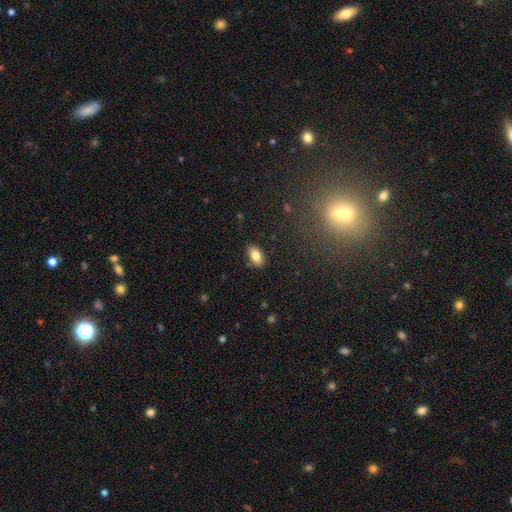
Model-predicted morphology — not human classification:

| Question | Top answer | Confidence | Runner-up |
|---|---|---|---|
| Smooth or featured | smooth | 83% | featured or disk (9%) |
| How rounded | in between | 92% | round (6%) |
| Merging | none | 84% | minor disturbance (12%) |